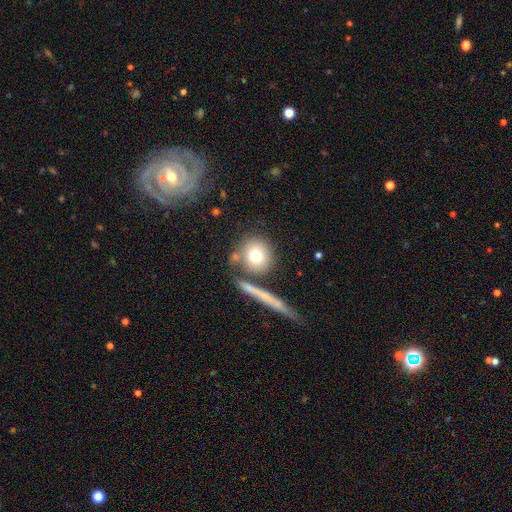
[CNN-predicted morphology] The model was most divided on "smooth or featured": smooth: 74%, featured or disk: 17%, star or artifact: 9%. More confident: how rounded — round (85%); merging — none (72%).